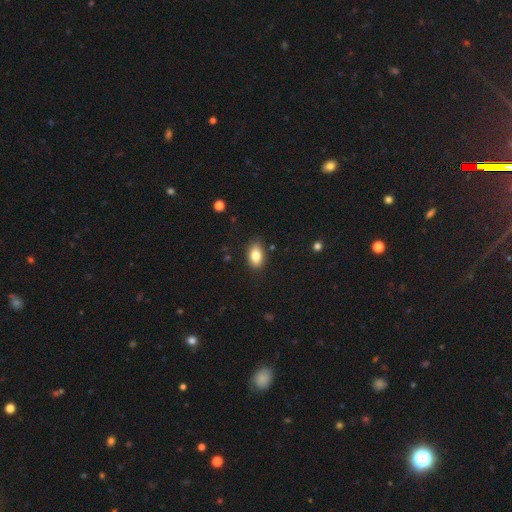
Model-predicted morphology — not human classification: This is clearly a smooth galaxy (83%). How rounded: clearly in between (89%). Merging: clearly none (83%).